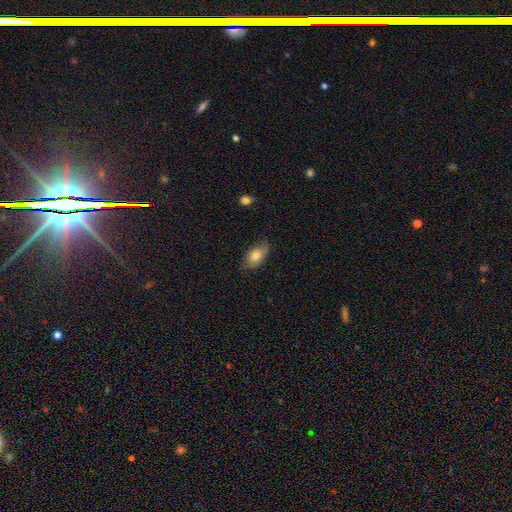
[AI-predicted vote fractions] Smooth or featured? Predicted: smooth (p=0.73). How rounded? Predicted: in between (p=0.89). Merging? Predicted: none (p=0.65).